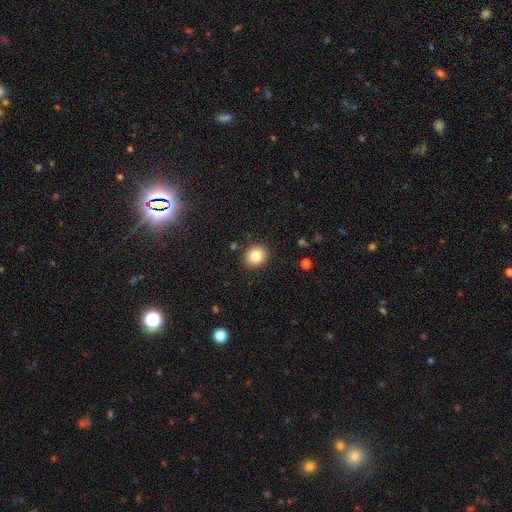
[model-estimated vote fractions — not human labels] smooth-or-featured: smooth: 84% | star or artifact: 9% | featured or disk: 7%
  how-rounded: round: 72% | in between: 27% | cigar-shaped: 1%
  merging: none: 89% | minor disturbance: 8% | major disturbance: 2% | merger: 2%